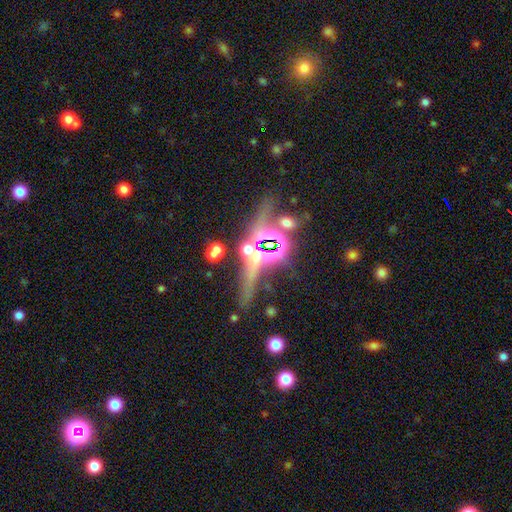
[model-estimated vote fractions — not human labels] smooth-or-featured: star or artifact: 47% | featured or disk: 29% | smooth: 24%